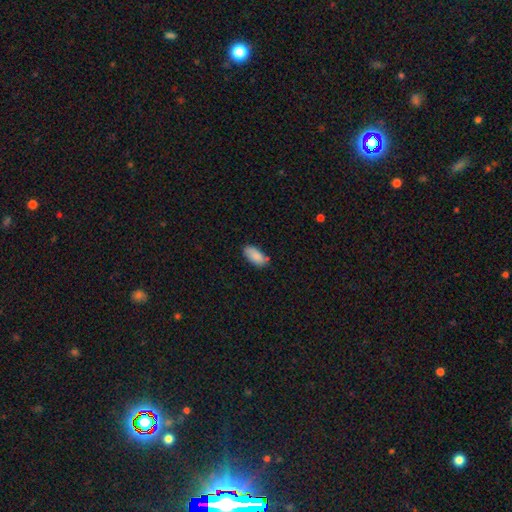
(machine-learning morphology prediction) smooth 87%, star or artifact 7%, featured or disk 6%. Down the decision tree: how rounded — in between (90%); merging — none (74%).